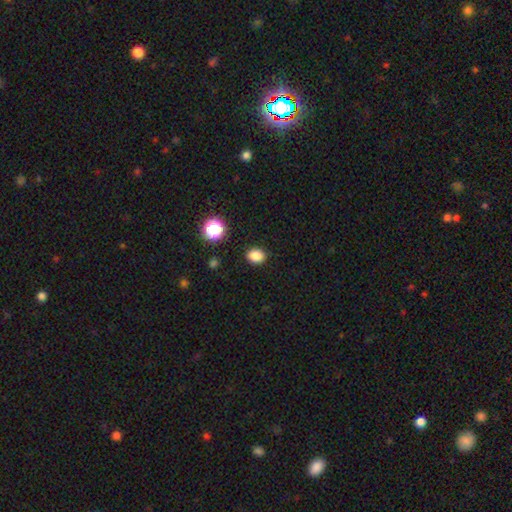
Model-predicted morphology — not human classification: Smooth or featured? smooth (84%)
How rounded? in between (58%)
Merging? none (89%)